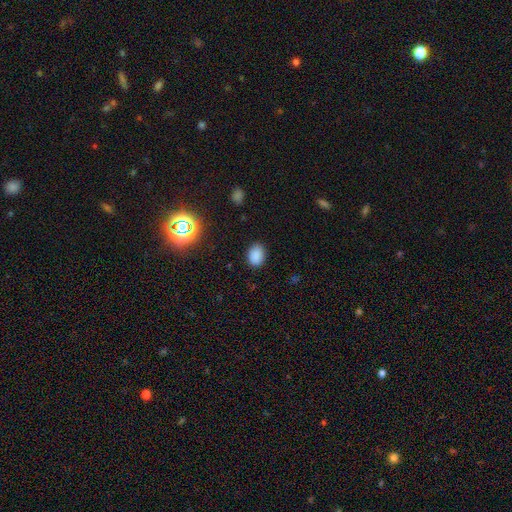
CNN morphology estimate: A smooth galaxy with no disk features (84%) that is in between round and cigar-shaped (73%). Merging: none (83%).